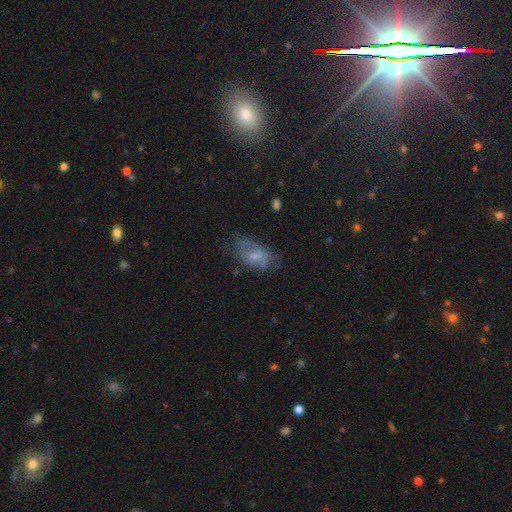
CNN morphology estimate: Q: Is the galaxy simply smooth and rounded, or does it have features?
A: smooth — 59%.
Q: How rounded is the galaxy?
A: in between — 89%.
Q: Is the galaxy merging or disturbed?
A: none — 53%.